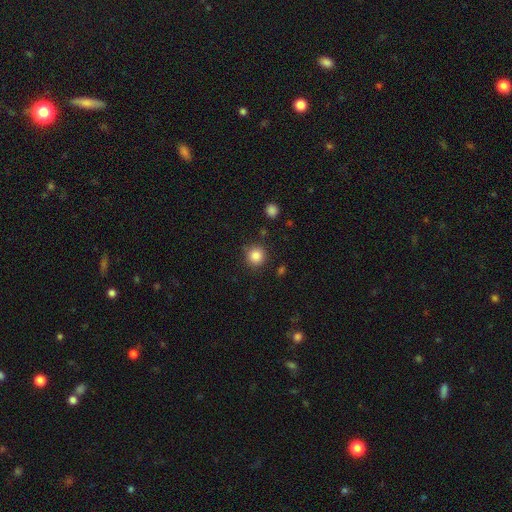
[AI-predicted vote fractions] smooth_or_featured: smooth (p=0.85) [alt: star or artifact p=0.10]
how_rounded: round (p=0.93) [alt: in between p=0.06]
merging: none (p=0.86) [alt: minor disturbance p=0.09]